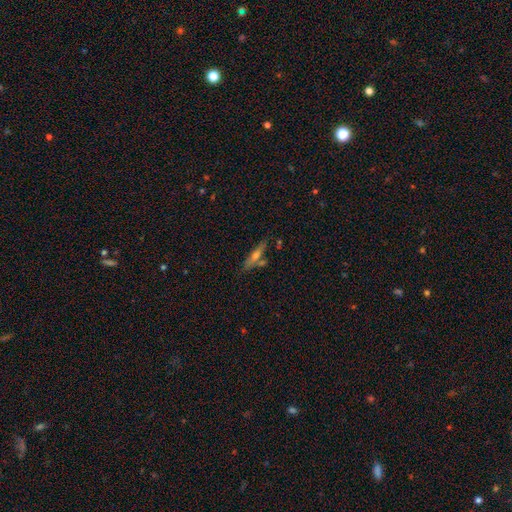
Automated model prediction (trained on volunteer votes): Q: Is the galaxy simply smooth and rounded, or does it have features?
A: featured or disk — 52%.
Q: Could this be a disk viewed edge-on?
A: yes — 72%.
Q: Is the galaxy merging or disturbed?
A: none — 70%.